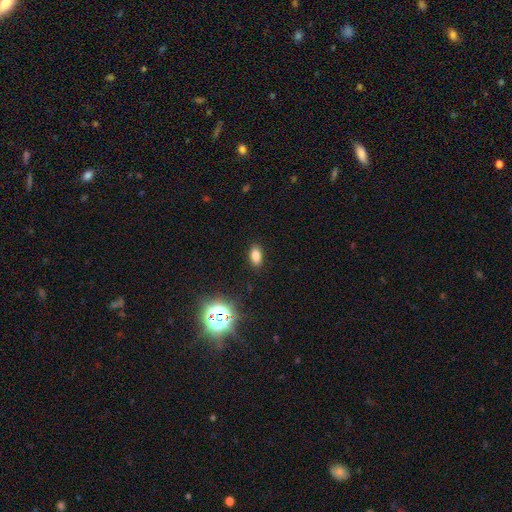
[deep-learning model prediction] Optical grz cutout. It shows a smooth galaxy with no disk features (78%) that is in between round and cigar-shaped (88%). Merging: none (89%).